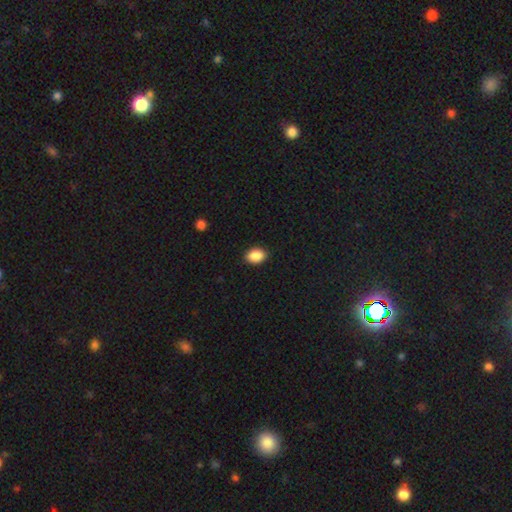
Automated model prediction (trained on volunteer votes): A smooth galaxy with no disk features (90%) that is in between round and cigar-shaped (78%). Merging: none (89%).